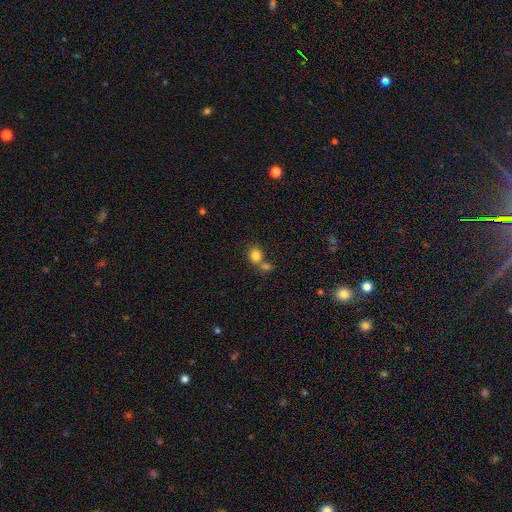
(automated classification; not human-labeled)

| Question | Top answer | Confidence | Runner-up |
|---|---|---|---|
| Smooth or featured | smooth | 81% | star or artifact (11%) |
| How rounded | round | 65% | in between (34%) |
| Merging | merger | 43% | tied: none (43%) |